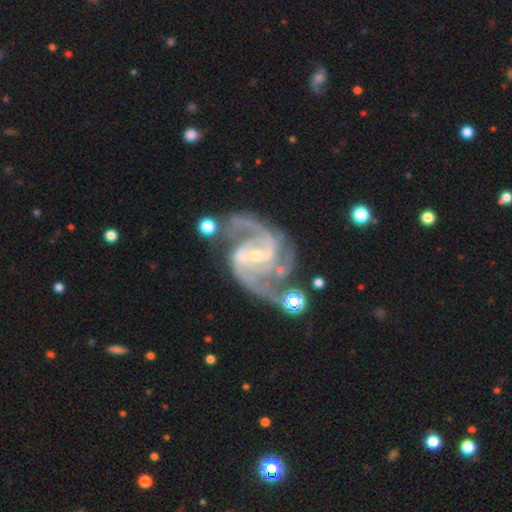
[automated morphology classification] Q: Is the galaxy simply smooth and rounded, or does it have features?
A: featured or disk — 93%.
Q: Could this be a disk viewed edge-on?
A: no — 98%.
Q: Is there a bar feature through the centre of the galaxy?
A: weak — 47%.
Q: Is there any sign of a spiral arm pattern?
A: yes — 98%.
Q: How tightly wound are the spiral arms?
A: medium — 61%.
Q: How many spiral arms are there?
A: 2 — 75%.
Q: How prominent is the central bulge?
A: small — 70%.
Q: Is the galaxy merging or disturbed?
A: none — 58%.